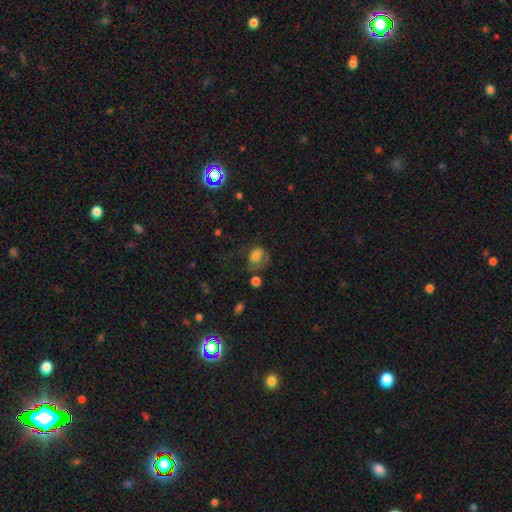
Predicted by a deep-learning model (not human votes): smooth_or_featured: smooth (p=0.68) [alt: featured or disk p=0.19]
how_rounded: in between (p=0.60) [alt: round p=0.38]
merging: none (p=0.35) [alt: major disturbance p=0.34]